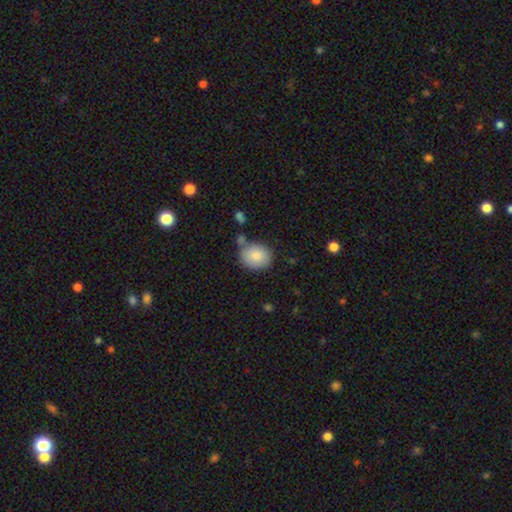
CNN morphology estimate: Smooth or featured: smooth — 85% (featured or disk — 8%)
How rounded: round — 60% (in between — 39%)
Merging: none — 65% (minor disturbance — 18%)